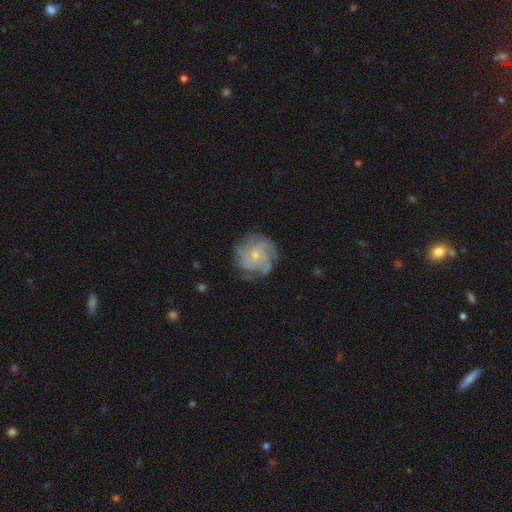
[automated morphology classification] Smooth or featured: featured or disk — 77% (smooth — 16%)
Edge-on disk: no — 98% (yes — 2%)
Bar: no — 81% (weak — 17%)
Spiral arms: yes — 92% (no — 8%)
Spiral winding: tight — 64% (medium — 28%)
Spiral arm count: can't tell — 34% (4 — 21%)
Bulge size: small — 76% (moderate — 19%)
Merging: none — 72% (minor disturbance — 18%)